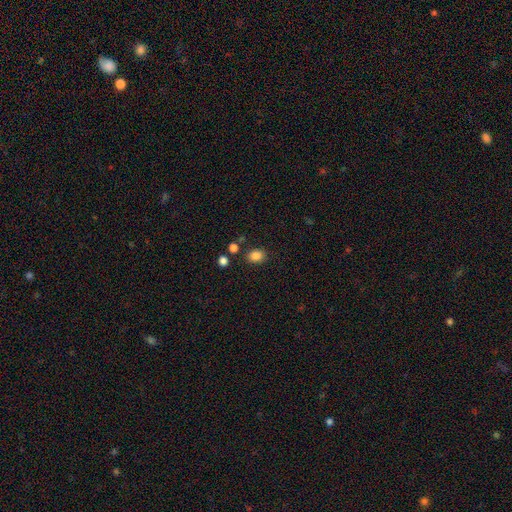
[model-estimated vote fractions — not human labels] This appears to be a smooth galaxy with no disk features (85%) that is in between round and cigar-shaped (58%). Merging: none (81%).